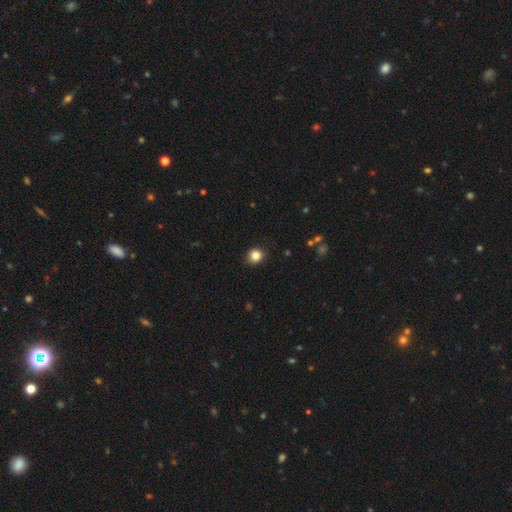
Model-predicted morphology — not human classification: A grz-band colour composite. It shows a smooth galaxy with no disk features (85%) that is round (87%). Merging: none (89%).